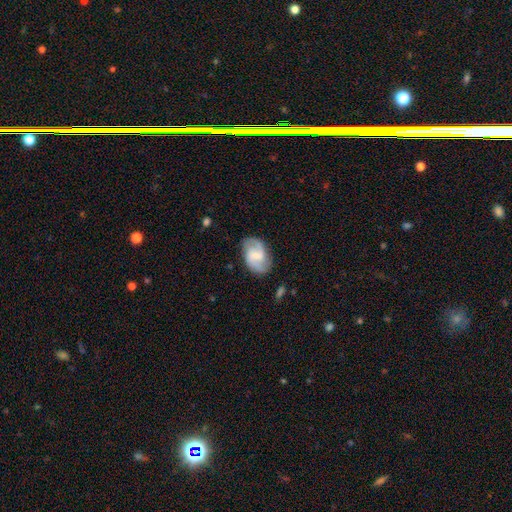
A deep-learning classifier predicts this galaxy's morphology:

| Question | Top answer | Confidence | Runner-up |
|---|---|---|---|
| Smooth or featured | featured or disk | 75% | smooth (19%) |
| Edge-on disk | no | 97% | yes (3%) |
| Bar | weak | 56% | no (25%) |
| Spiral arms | yes | 94% | no (6%) |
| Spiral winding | medium | 49% | loose (32%) |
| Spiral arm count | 2 | 88% | can't tell (6%) |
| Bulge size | small | 42% | moderate (27%) |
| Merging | none | 79% | minor disturbance (15%) |